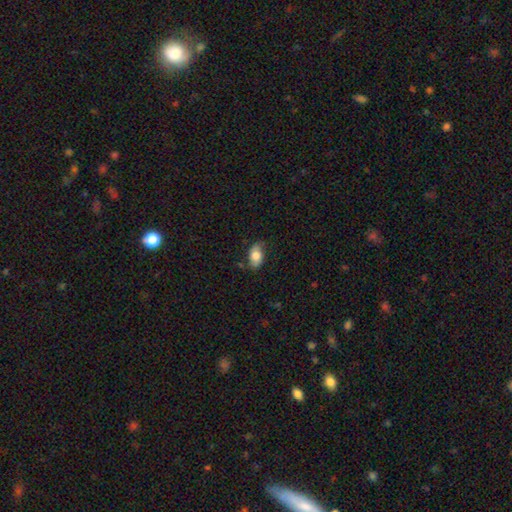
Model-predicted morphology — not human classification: Q: Smooth or featured?
A: smooth (76%); runner-up: featured or disk (17%)
Q: How rounded?
A: in between (91%); runner-up: round (6%)
Q: Merging?
A: none (75%); runner-up: minor disturbance (19%)